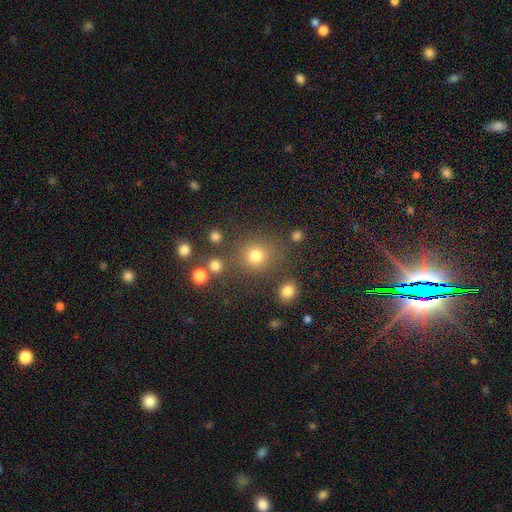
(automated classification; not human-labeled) This is likely a smooth galaxy (77%). How rounded: clearly round (88%). Merging: likely none (77%).